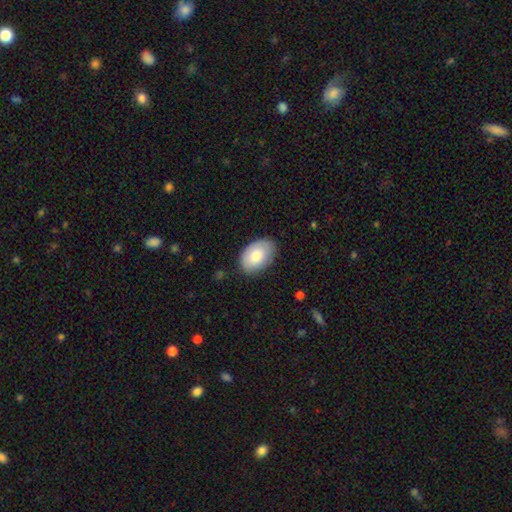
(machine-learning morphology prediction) Smooth or featured? Predicted: smooth (p=0.80). How rounded? Predicted: in between (p=0.90). Merging? Predicted: none (p=0.81).